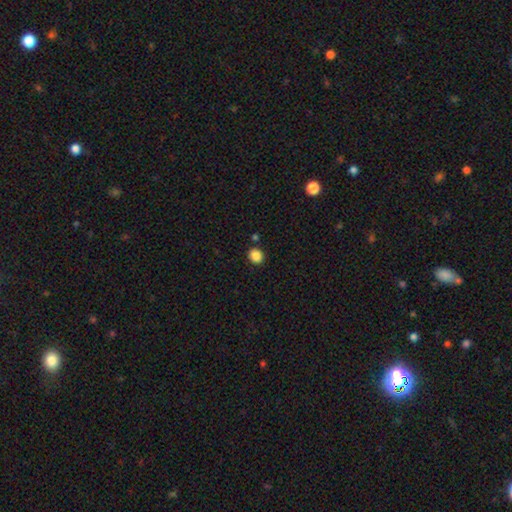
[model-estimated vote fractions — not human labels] This is clearly a smooth galaxy (87%). How rounded: likely round (72%). Merging: clearly none (87%).